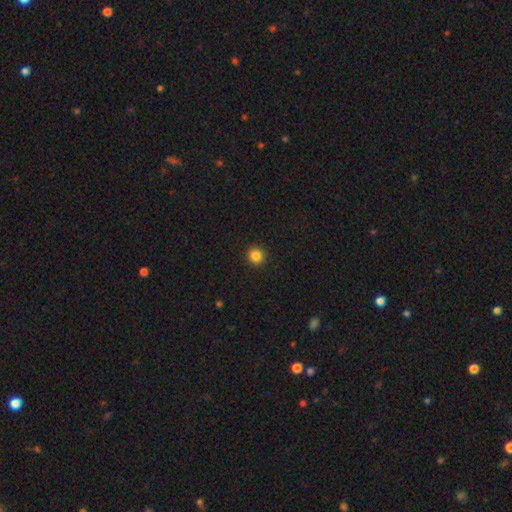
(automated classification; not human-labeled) smooth 86%, star or artifact 11%, featured or disk 4%. Down the decision tree: how rounded — round (88%); merging — none (92%).